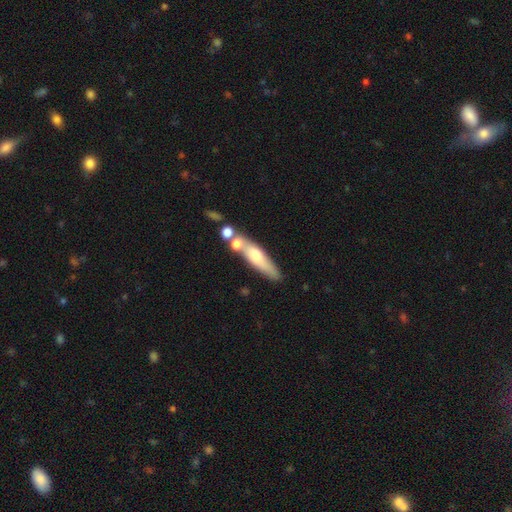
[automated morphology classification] smooth 53%, featured or disk 40%, star or artifact 7%. Down the decision tree: how rounded — cigar-shaped (75%); merging — none (56%).